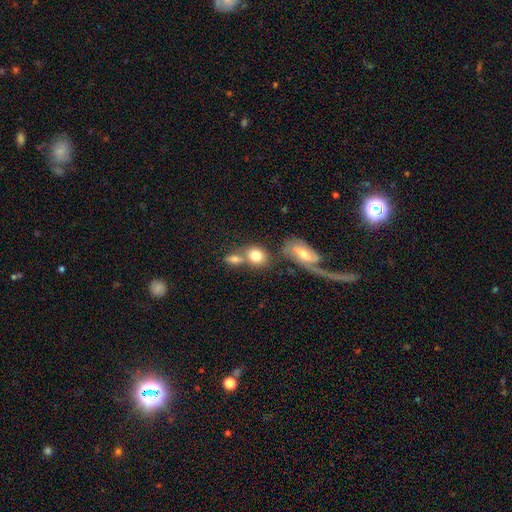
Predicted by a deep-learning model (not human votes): Morphology: type=smooth (75%); roundness=round (51%); merging=merger (41%, tied with none).